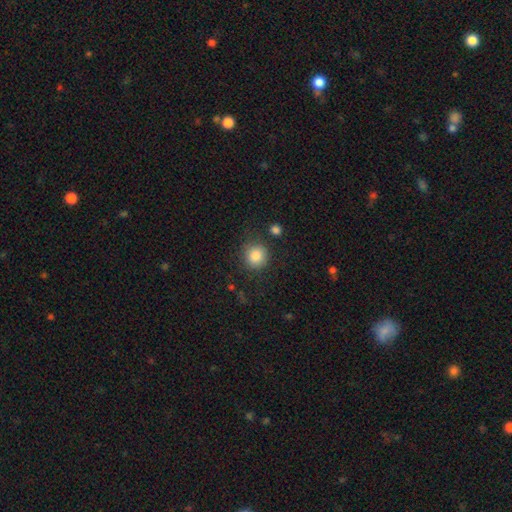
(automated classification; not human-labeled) Q: Smooth or featured?
A: smooth (86%); runner-up: star or artifact (9%)
Q: How rounded?
A: round (88%); runner-up: in between (11%)
Q: Merging?
A: none (81%); runner-up: minor disturbance (11%)